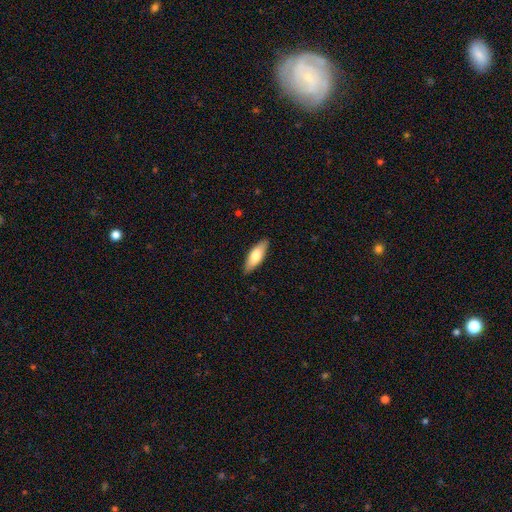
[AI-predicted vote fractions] Smooth or featured? Predicted: smooth (p=0.73). How rounded? Predicted: in between (p=0.59). Merging? Predicted: none (p=0.87).